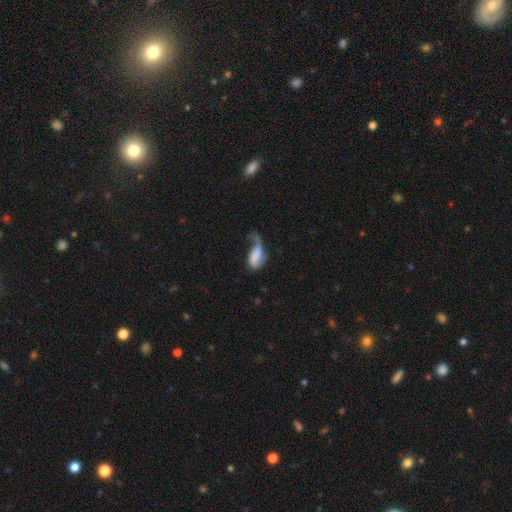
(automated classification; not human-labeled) Overall: smooth (62%; featured or disk 30%). How rounded: in between (87%). Merging: major disturbance (48%; minor disturbance 24%).